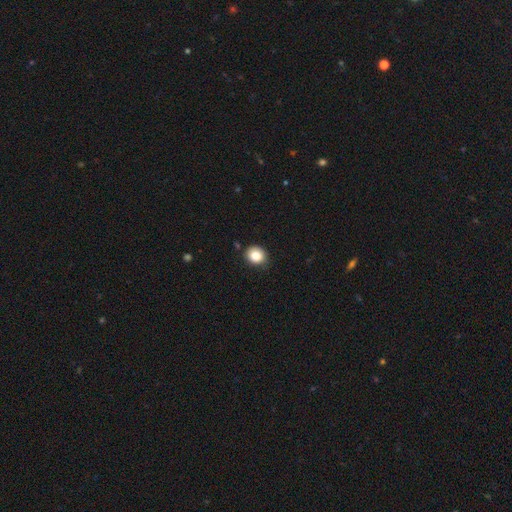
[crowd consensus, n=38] This appears to be a smooth galaxy with no disk features (92%) that is round (69%). Merging: none (77%).